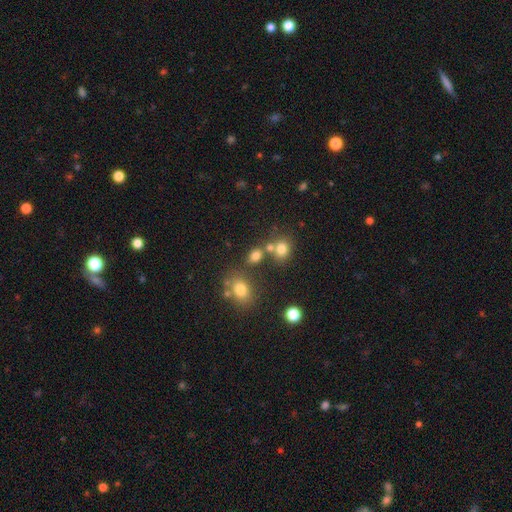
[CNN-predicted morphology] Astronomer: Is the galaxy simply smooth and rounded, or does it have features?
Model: smooth — 74%.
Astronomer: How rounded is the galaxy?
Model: in between — 64%.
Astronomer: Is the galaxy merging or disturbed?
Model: none — 57%.